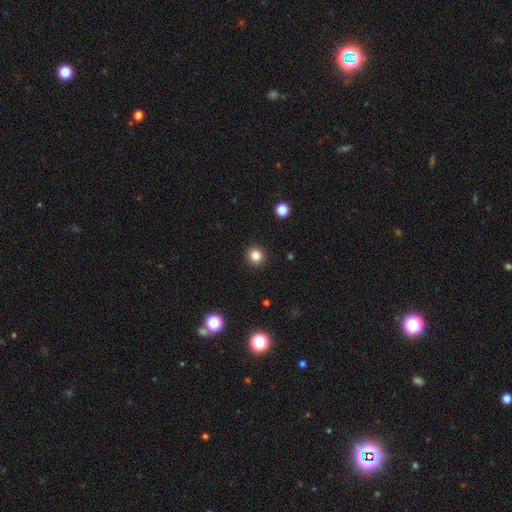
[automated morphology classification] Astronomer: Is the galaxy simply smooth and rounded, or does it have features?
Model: smooth — 83%.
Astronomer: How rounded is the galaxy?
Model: round — 93%.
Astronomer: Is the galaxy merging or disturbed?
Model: none — 93%.